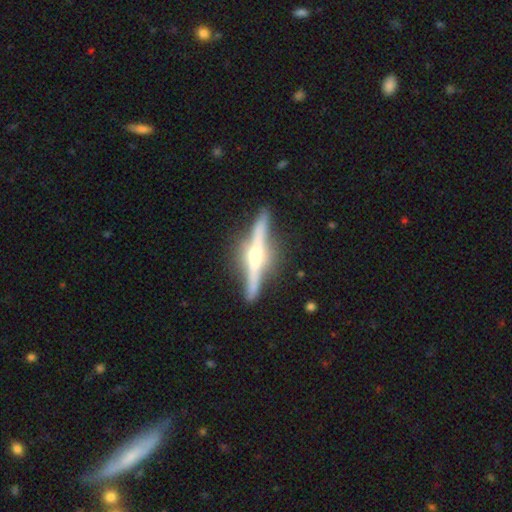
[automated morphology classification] Overall: featured or disk (83%). Edge-on disk: yes (98%). Edge-on bulge: rounded (89%). Merging: none (86%).